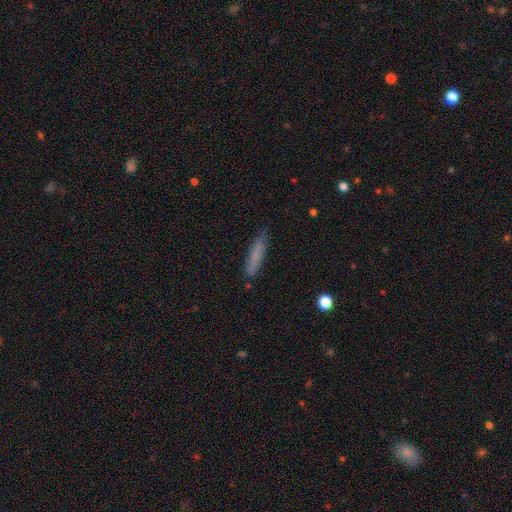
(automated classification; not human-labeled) Morphology: type=smooth (76%); roundness=cigar-shaped (90%); merging=none (85%).